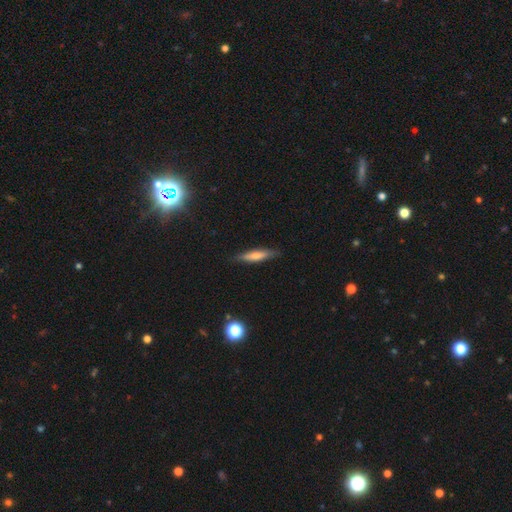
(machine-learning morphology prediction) smooth_or_featured: smooth (p=0.62) [alt: featured or disk p=0.31]
how_rounded: cigar-shaped (p=0.83) [alt: in between p=0.16]
merging: none (p=0.84) [alt: minor disturbance p=0.12]